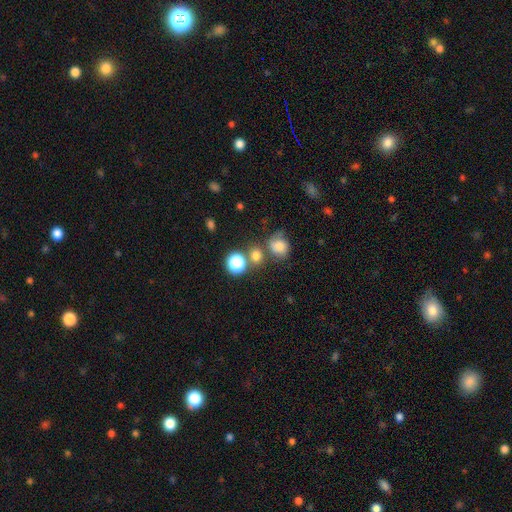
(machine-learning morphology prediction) Q: Smooth or featured?
A: smooth (70%); runner-up: star or artifact (21%)
Q: How rounded?
A: round (78%); runner-up: in between (21%)
Q: Merging?
A: none (58%); runner-up: merger (25%)